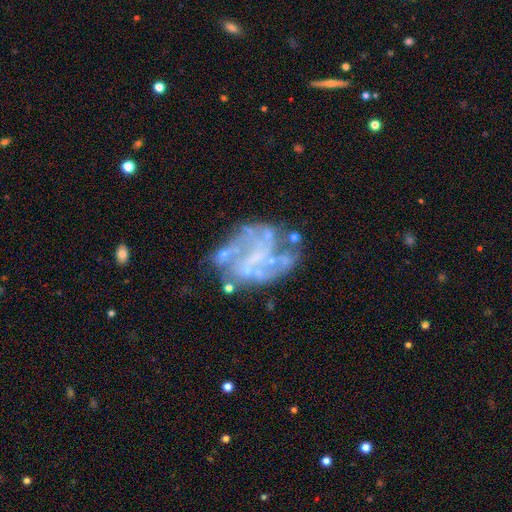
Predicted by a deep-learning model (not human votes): Smooth or featured? Predicted: featured or disk (p=0.80). Edge-on disk? Predicted: no (p=0.98). Bar? Predicted: no (p=0.58). Spiral arms? Predicted: yes (p=0.57). Bulge size? Predicted: none (p=0.62). Merging? Predicted: none (p=0.54).